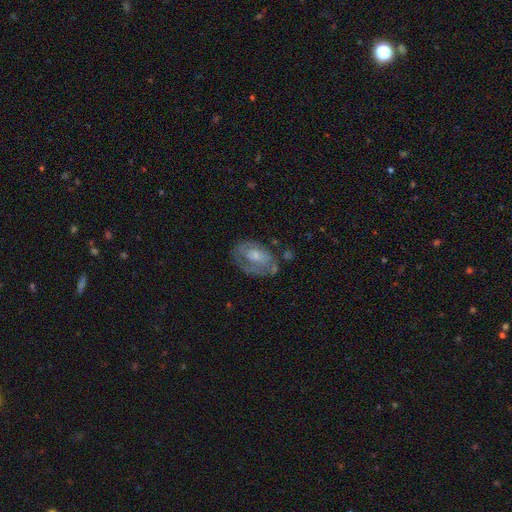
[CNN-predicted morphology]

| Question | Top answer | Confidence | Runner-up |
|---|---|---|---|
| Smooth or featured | featured or disk | 54% | smooth (39%) |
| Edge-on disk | no | 95% | yes (5%) |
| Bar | no | 72% | weak (23%) |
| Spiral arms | no | 53% | yes (47%) |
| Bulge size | small | 44% | moderate (38%) |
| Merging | none | 48% | minor disturbance (27%) |